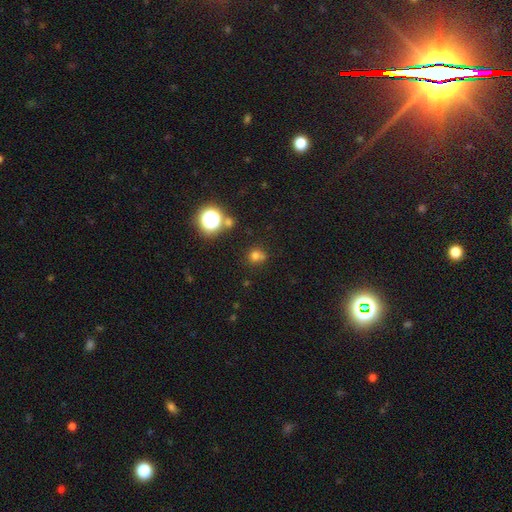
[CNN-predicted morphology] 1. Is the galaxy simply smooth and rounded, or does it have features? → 70% smooth, 22% star or artifact, 8% featured or disk.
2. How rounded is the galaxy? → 82% round, 17% in between, 1% cigar-shaped.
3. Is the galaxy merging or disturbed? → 60% none, 19% merger, 15% minor disturbance, 6% major disturbance.